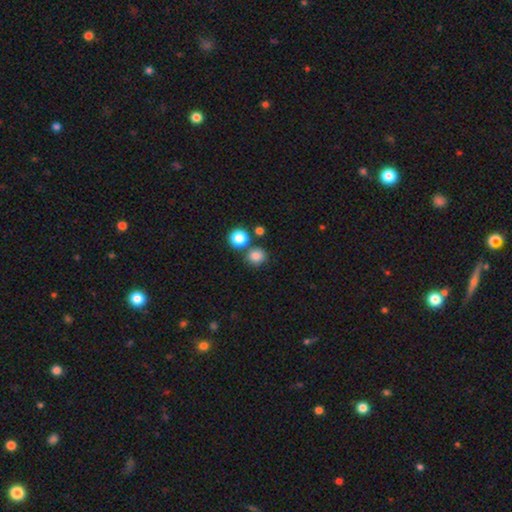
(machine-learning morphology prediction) Smooth or featured? Predicted: smooth (p=0.82). How rounded? Predicted: round (p=0.86). Merging? Predicted: none (p=0.73).